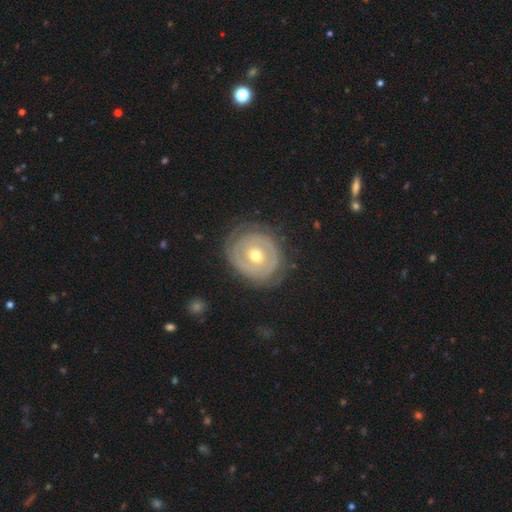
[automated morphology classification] smooth-or-featured: featured or disk: 76% | smooth: 19% | star or artifact: 5%
  disk-edge-on: no: 96% | yes: 4%
    bar: no: 70% | weak: 22% | strong: 8%
    has-spiral-arms: yes: 65% | no: 35%
    bulge-size: moderate: 68% | small: 27% | large: 3% | dominant: 1% | none: 1%
  merging: none: 76% | minor disturbance: 16% | major disturbance: 7% | merger: 1%